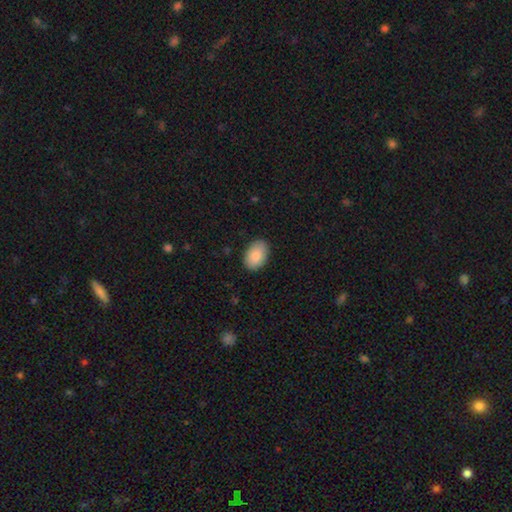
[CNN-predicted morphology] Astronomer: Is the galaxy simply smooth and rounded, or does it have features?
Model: smooth — 87%.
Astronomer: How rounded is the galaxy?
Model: in between — 89%.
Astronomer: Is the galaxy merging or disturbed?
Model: none — 87%.